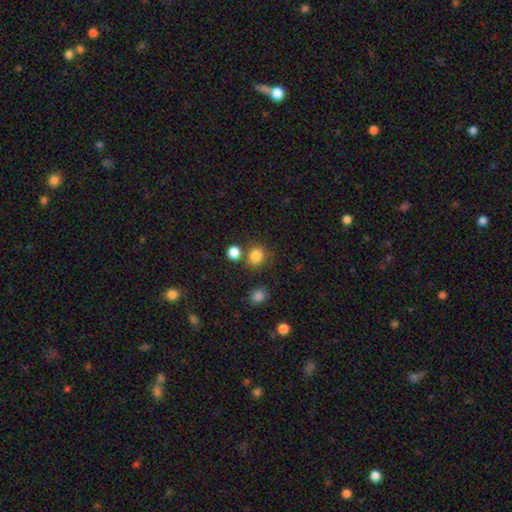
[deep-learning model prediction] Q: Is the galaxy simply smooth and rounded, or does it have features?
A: smooth — 83%.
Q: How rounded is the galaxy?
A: round — 83%.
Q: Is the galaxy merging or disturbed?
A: none — 70%.